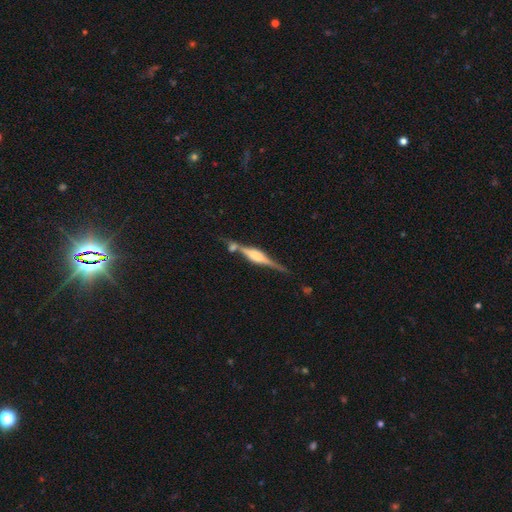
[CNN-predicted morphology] Smooth or featured?
  - featured or disk: 81% *
  - smooth: 12%
  - star or artifact: 6%
Edge-on disk?
  - yes: 98% *
  - no: 2%
Edge-on bulge?
  - rounded: 61% *
  - boxy: 36%
  - none: 4%
Merging?
  - none: 68% *
  - merger: 14%
  - minor disturbance: 13%
  - major disturbance: 4%